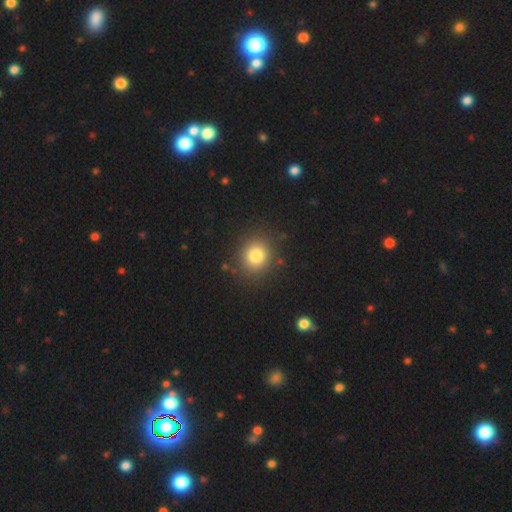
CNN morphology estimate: type=smooth (81%); roundness=round (83%); merging=none (88%).